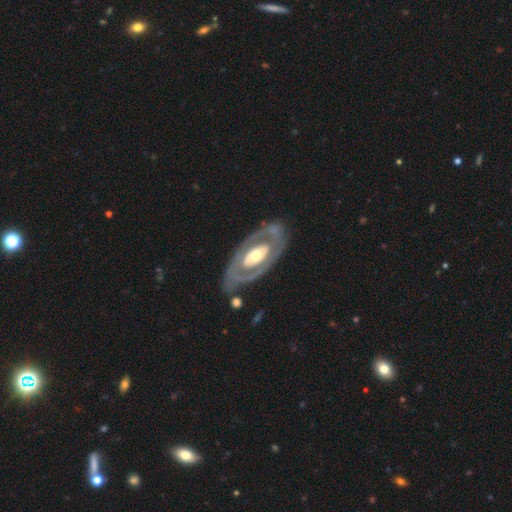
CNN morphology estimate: This appears to be a featured or disk galaxy (72%) with no bar (71%), no spiral arms (68%) and a moderate central bulge (61%). Merging: none (77%).